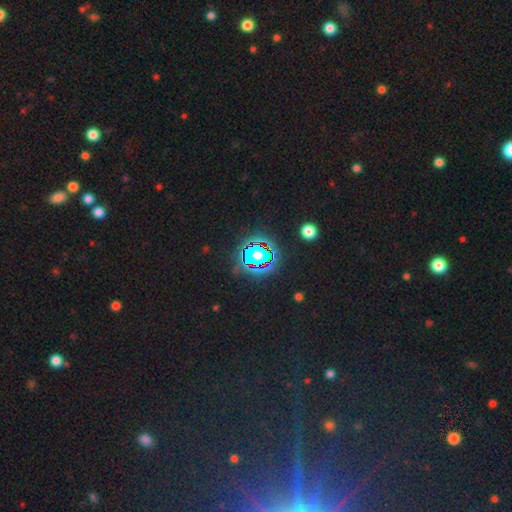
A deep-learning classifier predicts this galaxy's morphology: Smooth or featured? Predicted: star or artifact (p=0.80).